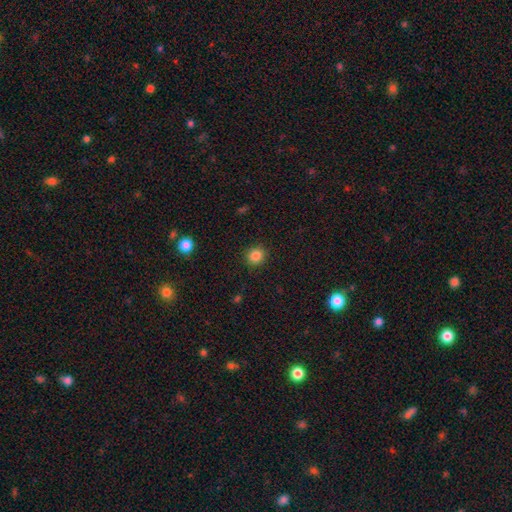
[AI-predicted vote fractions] smooth 85%, star or artifact 11%, featured or disk 4%. Down the decision tree: how rounded — round (87%); merging — none (91%).